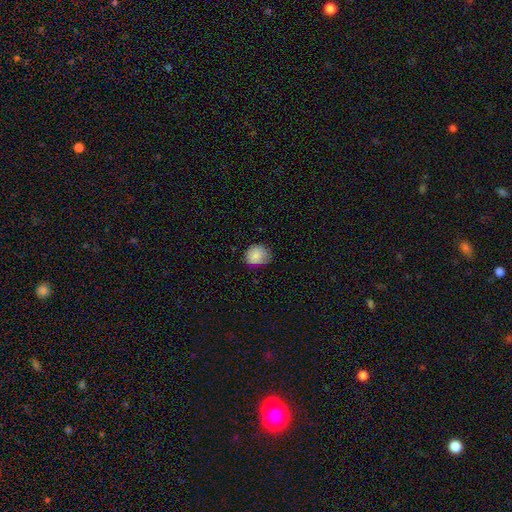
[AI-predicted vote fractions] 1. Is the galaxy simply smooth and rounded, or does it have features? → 86% smooth, 8% star or artifact, 6% featured or disk.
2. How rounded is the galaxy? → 65% round, 34% in between, 1% cigar-shaped.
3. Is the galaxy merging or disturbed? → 63% none, 31% minor disturbance, 5% major disturbance, 1% merger.